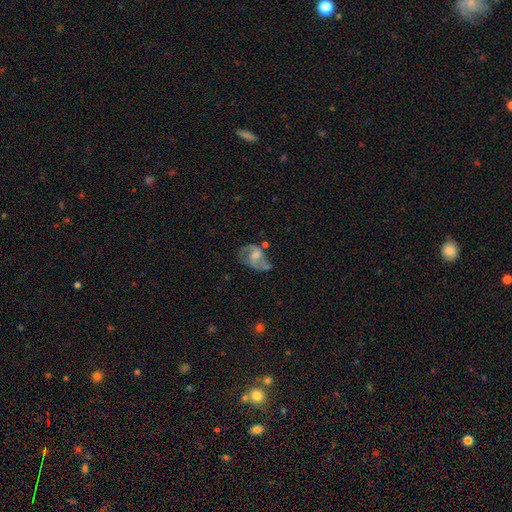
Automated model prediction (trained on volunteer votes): smooth-or-featured: featured or disk: 70% | smooth: 22% | star or artifact: 8%
  disk-edge-on: no: 97% | yes: 3%
    bar: no: 50% | weak: 41% | strong: 9%
    has-spiral-arms: yes: 79% | no: 21%
      spiral-winding: medium: 45% | loose: 40% | tight: 15%
      spiral-arm-count: 2: 76% | can't tell: 11% | 1: 8% | 3: 3% | 4: 1% | more than 4: 1%
    bulge-size: moderate: 38% | small: 31% | none: 20% | large: 9% | dominant: 2%
  merging: none: 38% | major disturbance: 28% | minor disturbance: 25% | merger: 9%